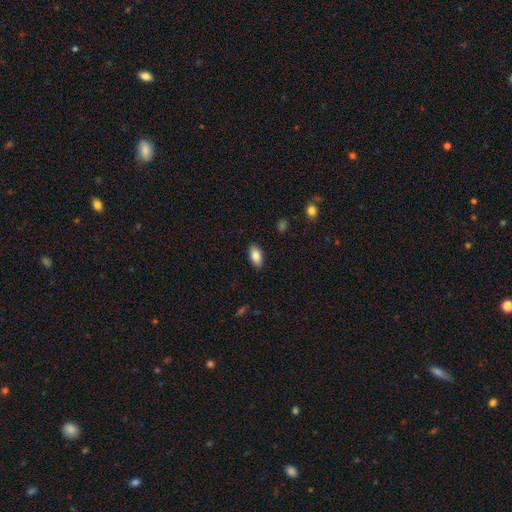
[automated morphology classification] type=smooth (86%); roundness=in between (93%); merging=none (88%).